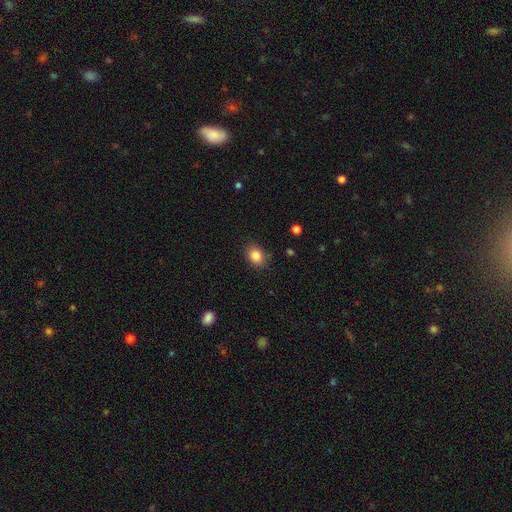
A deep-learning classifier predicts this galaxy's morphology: type=smooth (85%); roundness=in between (59%); merging=none (84%).